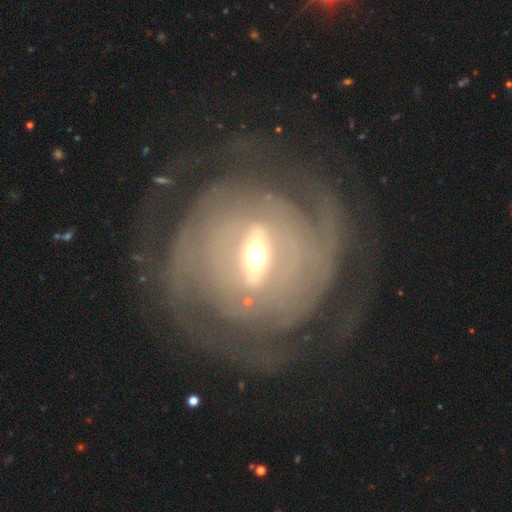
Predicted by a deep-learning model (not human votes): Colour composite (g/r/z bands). It shows a featured or disk galaxy (87%) with a strong bar (51%), tight (64%) spiral arms (90%) and a small central bulge (47%). Merging: none (69%).